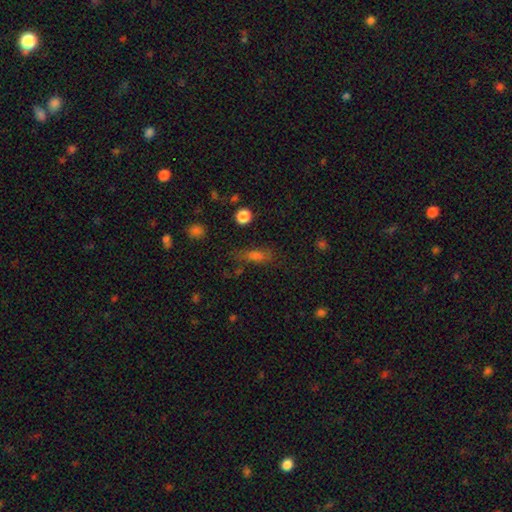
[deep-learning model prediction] The model was most divided on "how rounded": in between: 50%, cigar-shaped: 41%, round: 9%. More confident: merging — none (64%); smooth or featured — smooth (61%).